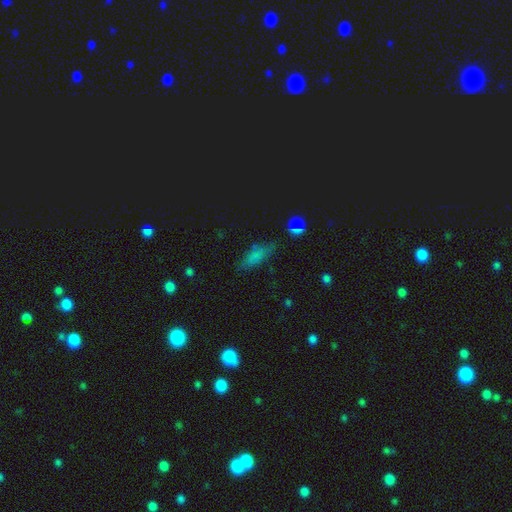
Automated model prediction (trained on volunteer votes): Morphology: type=smooth (67%); roundness=in between (65%); merging=none (68%).